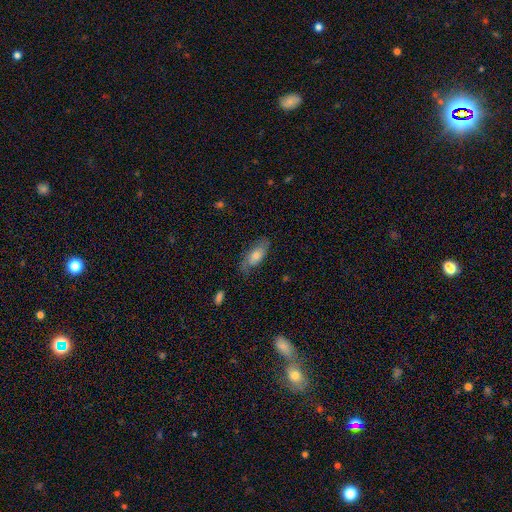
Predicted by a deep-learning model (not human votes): smooth_or_featured: smooth (p=0.51) [alt: featured or disk p=0.40]
how_rounded: in between (p=0.77) [alt: cigar-shaped p=0.19]
merging: none (p=0.67) [alt: minor disturbance p=0.22]